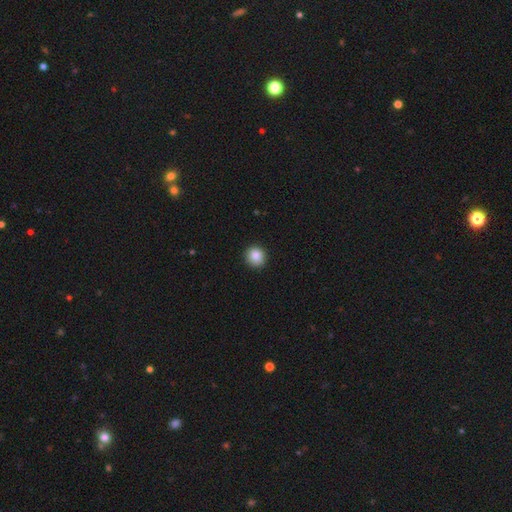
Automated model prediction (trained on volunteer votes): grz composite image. It shows a smooth galaxy with no disk features (87%) that is round (91%). Merging: none (91%).